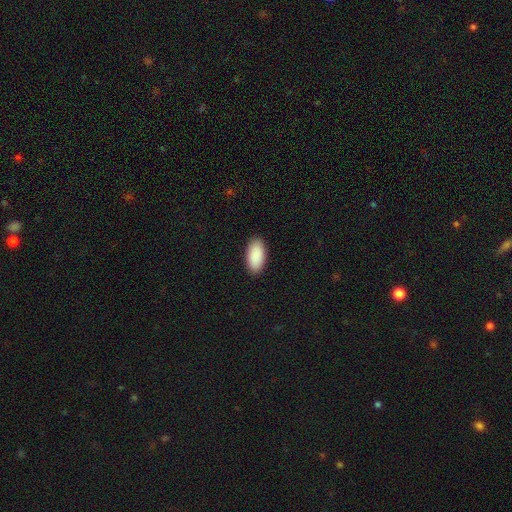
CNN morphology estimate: This is clearly a smooth galaxy (91%). How rounded: clearly in between (95%). Merging: clearly none (89%).